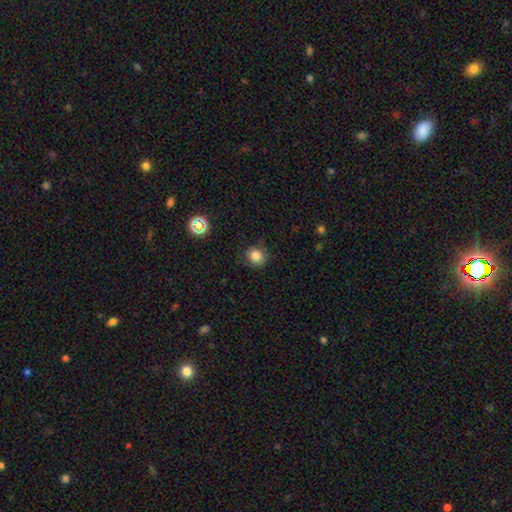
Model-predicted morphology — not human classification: A smooth galaxy with no disk features (80%) that is round (84%). Merging: none (78%).